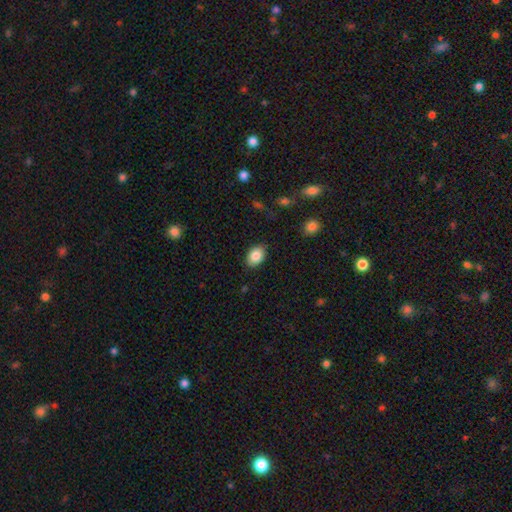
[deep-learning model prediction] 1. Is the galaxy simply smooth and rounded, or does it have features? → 85% smooth, 8% star or artifact, 7% featured or disk.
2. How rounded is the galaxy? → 81% in between, 18% round, 1% cigar-shaped.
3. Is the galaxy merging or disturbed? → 87% none, 10% minor disturbance, 2% major disturbance, 1% merger.